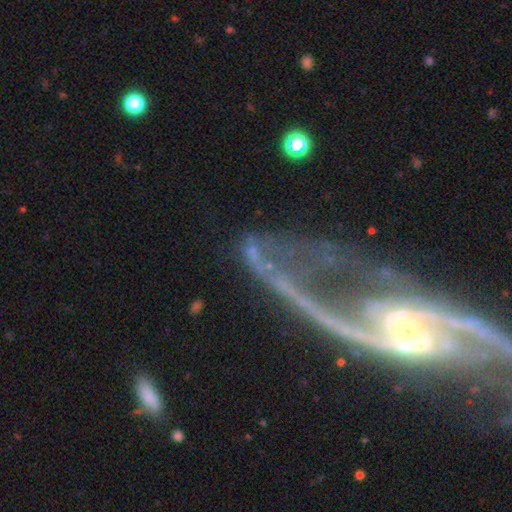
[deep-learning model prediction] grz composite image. It shows a featured or disk galaxy (53%). Merging: none (51%).